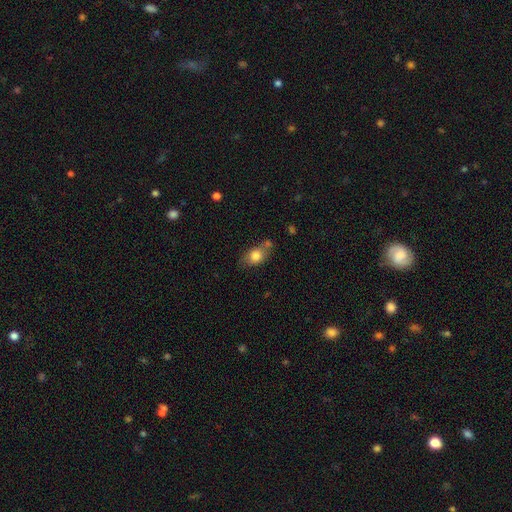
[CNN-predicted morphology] A smooth galaxy with no disk features (79%) that is in between round and cigar-shaped (72%).

Vote fractions:
- Smooth or featured? smooth: 79% / featured or disk: 13% / star or artifact: 8%
- How rounded? in between: 72% / round: 25% / cigar-shaped: 3%
- Merging? none: 54% / minor disturbance: 22% / merger: 18% / major disturbance: 6%